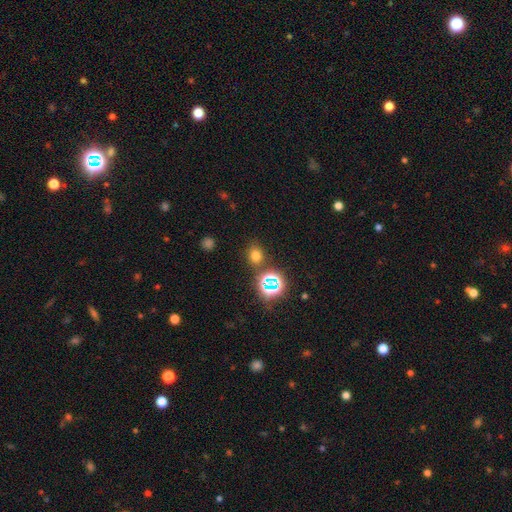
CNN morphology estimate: Overall: smooth (67%; star or artifact 27%). How rounded: round (63%; in between 36%). Merging: none (80%).